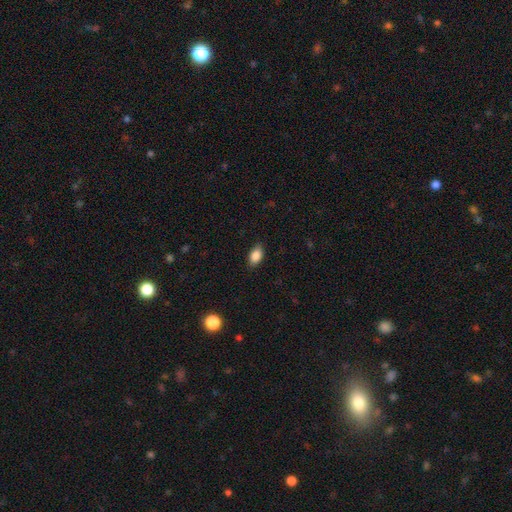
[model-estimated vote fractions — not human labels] Smooth or featured: smooth — 87% (star or artifact — 8%)
How rounded: in between — 90% (round — 7%)
Merging: none — 84% (minor disturbance — 12%)